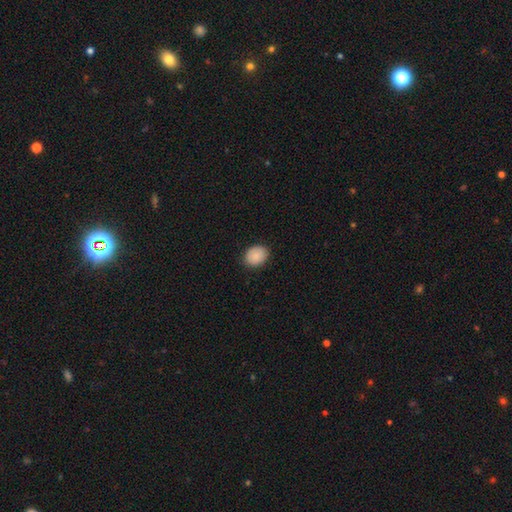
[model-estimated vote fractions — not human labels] Smooth or featured? smooth (88%)
How rounded? in between (52%)
Merging? none (87%)